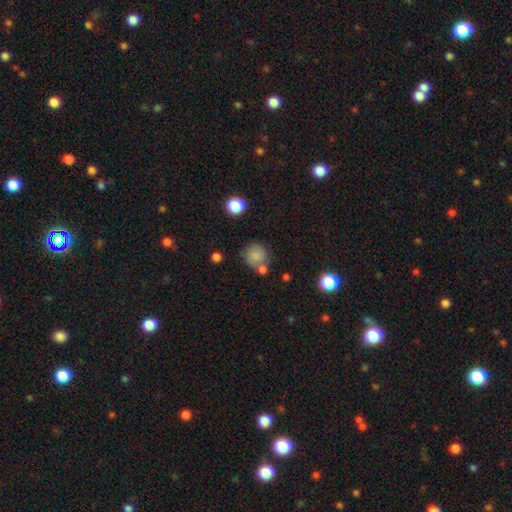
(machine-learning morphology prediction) smooth_or_featured: smooth (p=0.80) [alt: star or artifact p=0.11]
how_rounded: round (p=0.87) [alt: in between p=0.12]
merging: none (p=0.60) [alt: merger p=0.20]